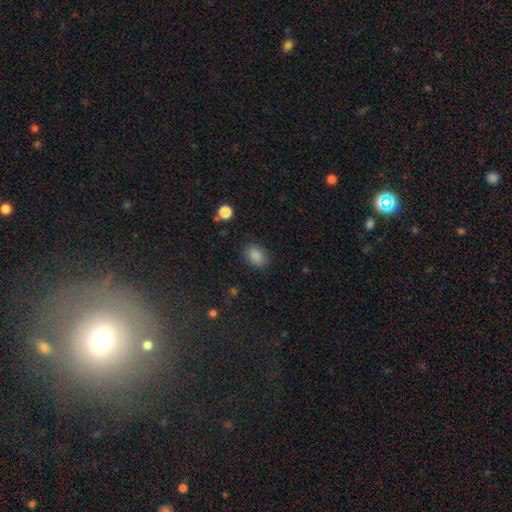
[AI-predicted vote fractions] Smooth or featured?
  - smooth: 86% *
  - star or artifact: 10%
  - featured or disk: 4%
How rounded?
  - in between: 74% *
  - round: 25%
  - cigar-shaped: 1%
Merging?
  - none: 84% *
  - minor disturbance: 12%
  - major disturbance: 4%
  - merger: 1%